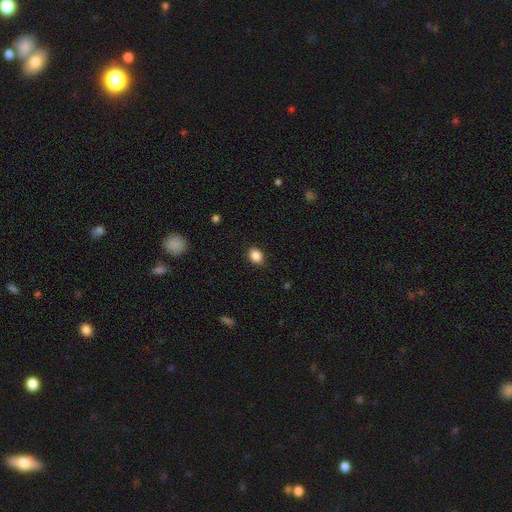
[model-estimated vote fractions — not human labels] smooth 87%, star or artifact 9%, featured or disk 4%. Down the decision tree: how rounded — in between (62%); merging — none (89%).